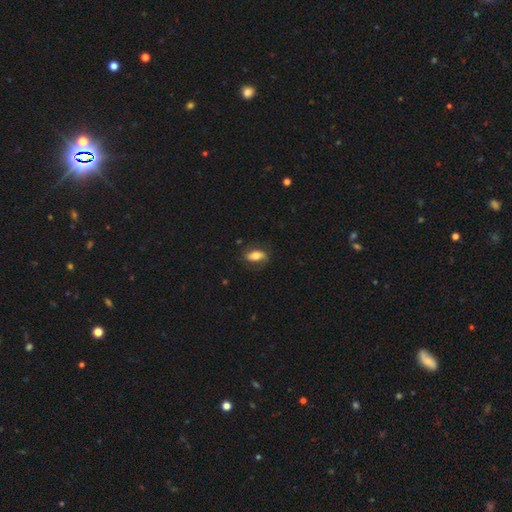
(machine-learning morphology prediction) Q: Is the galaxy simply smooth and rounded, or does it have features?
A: smooth — 65%.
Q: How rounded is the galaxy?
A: in between — 81%.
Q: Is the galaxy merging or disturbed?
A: none — 76%.